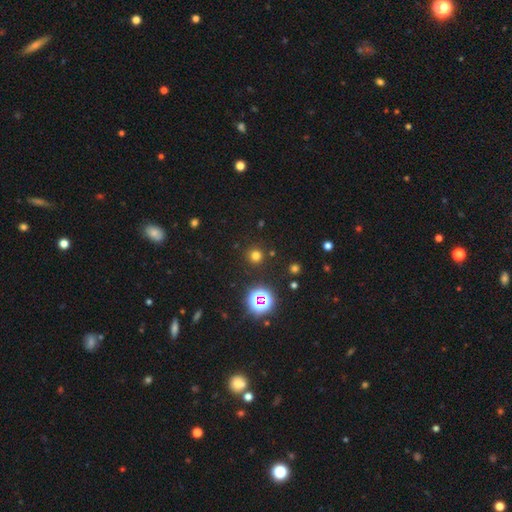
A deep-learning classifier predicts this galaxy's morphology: This is likely a smooth galaxy (68%). How rounded: clearly round (94%). Merging: clearly none (89%).